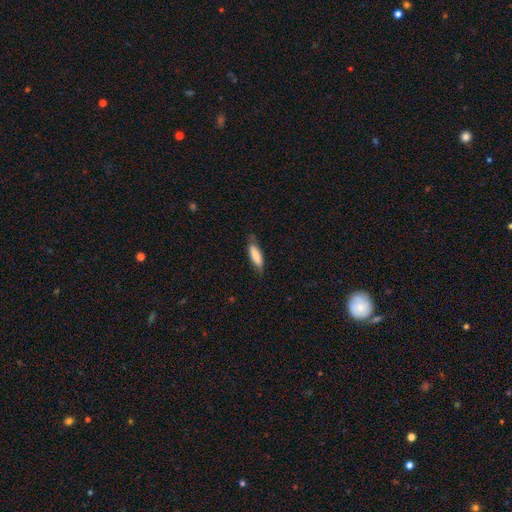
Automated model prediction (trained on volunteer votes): Q: Smooth or featured?
A: smooth (80%); runner-up: featured or disk (14%)
Q: How rounded?
A: cigar-shaped (51%); runner-up: in between (48%)
Q: Merging?
A: none (73%); runner-up: minor disturbance (21%)